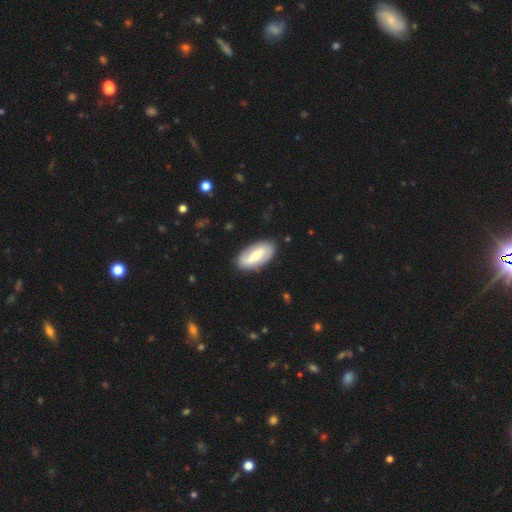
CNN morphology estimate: Smooth or featured? Predicted: featured or disk (p=0.50). Merging? Predicted: none (p=0.85).